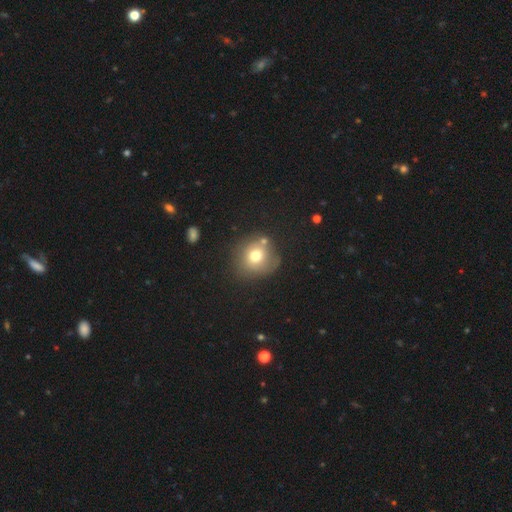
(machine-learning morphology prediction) A smooth galaxy with no disk features (71%) that is round (84%).

Vote fractions:
- Smooth or featured? smooth: 71% / featured or disk: 17% / star or artifact: 13%
- How rounded? round: 84% / in between: 15% / cigar-shaped: 1%
- Merging? none: 65% / minor disturbance: 18% / merger: 10% / major disturbance: 7%